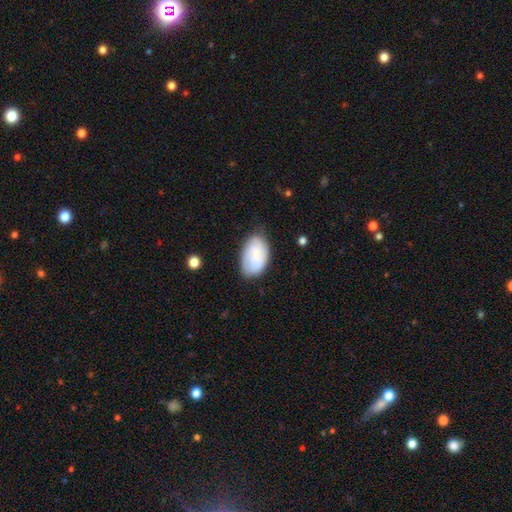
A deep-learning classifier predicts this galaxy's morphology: A smooth galaxy with no disk features (73%) that is in between round and cigar-shaped (93%). Merging: none (69%).